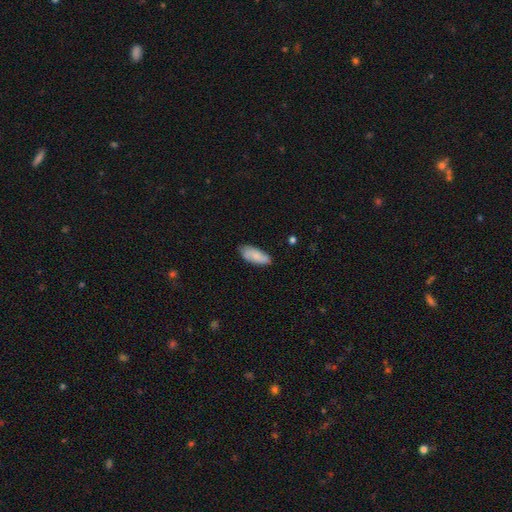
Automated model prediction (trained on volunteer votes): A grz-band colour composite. It shows a smooth galaxy with no disk features (73%) that is in between round and cigar-shaped (82%). Merging: none (75%).